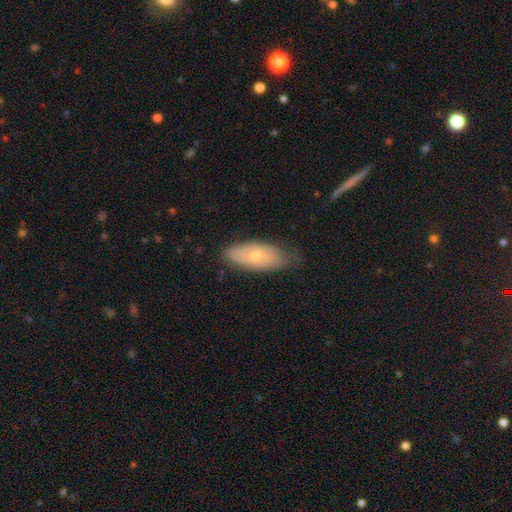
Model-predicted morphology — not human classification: A smooth galaxy with no disk features (50%) that is in between round and cigar-shaped (83%).

Vote fractions:
- Smooth or featured? smooth: 50% / featured or disk: 43% / star or artifact: 7%
- How rounded? in between: 83% / cigar-shaped: 14% / round: 3%
- Merging? none: 68% / minor disturbance: 26% / major disturbance: 5% / merger: 1%